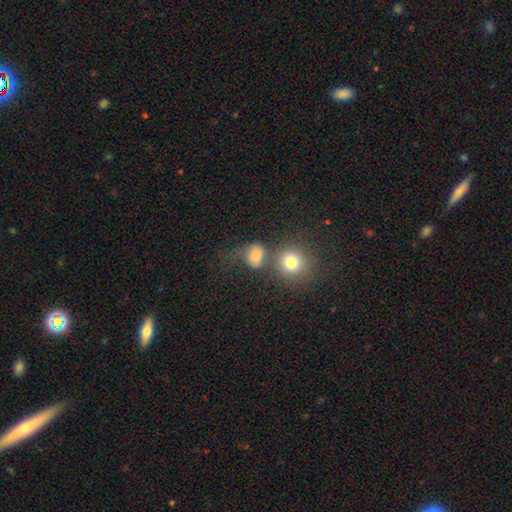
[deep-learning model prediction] Smooth or featured? smooth (74%)
How rounded? round (67%)
Merging? none (37%)